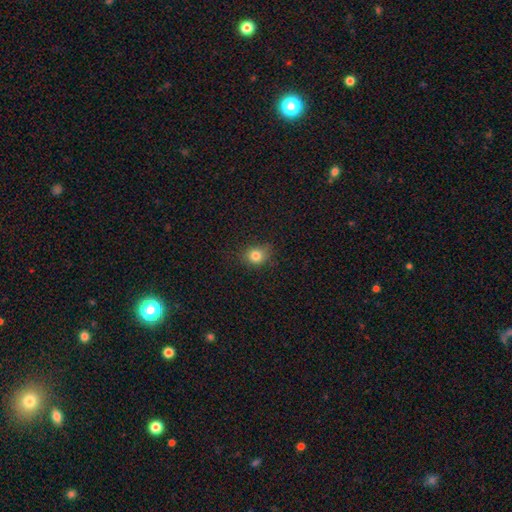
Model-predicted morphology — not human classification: smooth_or_featured: smooth (p=0.81) [alt: star or artifact p=0.13]
how_rounded: round (p=0.70) [alt: in between p=0.29]
merging: none (p=0.77) [alt: minor disturbance p=0.17]